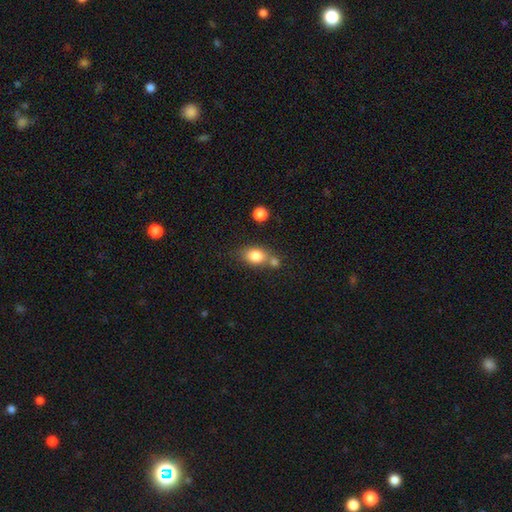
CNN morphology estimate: Smooth or featured? smooth (81%)
How rounded? in between (69%)
Merging? none (49%)